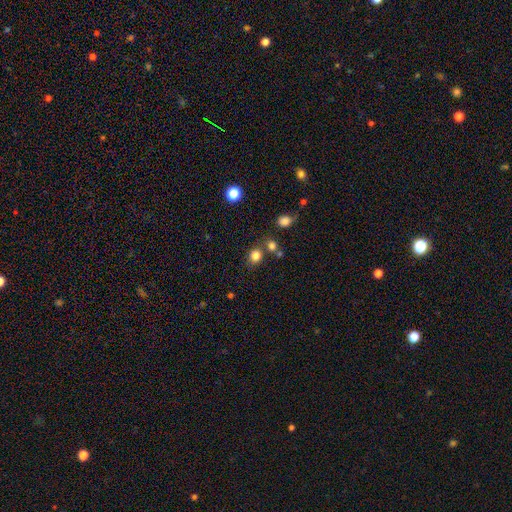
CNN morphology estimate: smooth_or_featured: smooth (p=0.82) [alt: star or artifact p=0.13]
how_rounded: round (p=0.73) [alt: in between p=0.26]
merging: none (p=0.74) [alt: merger p=0.12]